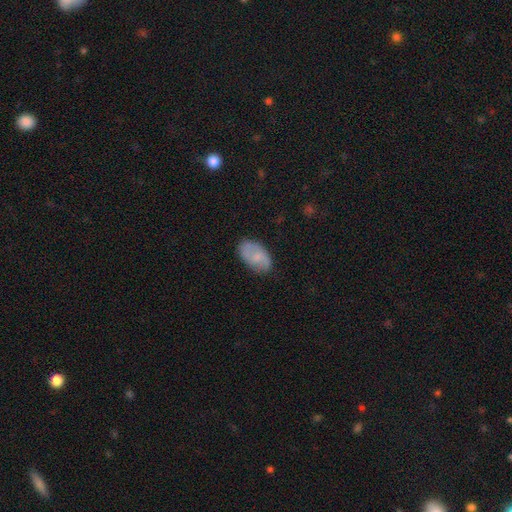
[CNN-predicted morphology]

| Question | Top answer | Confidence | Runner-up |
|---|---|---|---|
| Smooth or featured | smooth | 55% | featured or disk (38%) |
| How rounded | in between | 93% | round (5%) |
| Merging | none | 79% | minor disturbance (16%) |